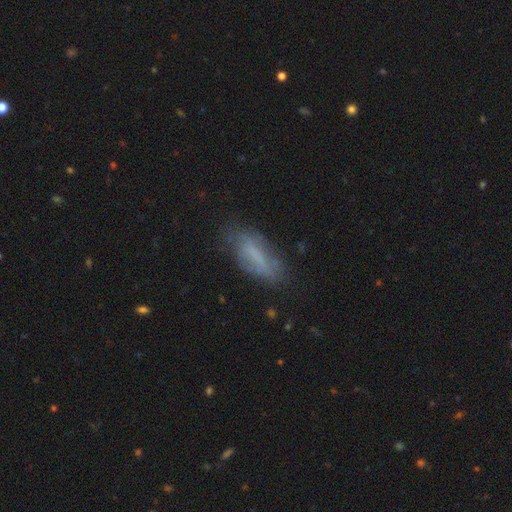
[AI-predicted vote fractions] Q: Smooth or featured?
A: smooth (59%); runner-up: featured or disk (31%)
Q: How rounded?
A: in between (58%); runner-up: cigar-shaped (40%)
Q: Merging?
A: none (65%); runner-up: minor disturbance (24%)